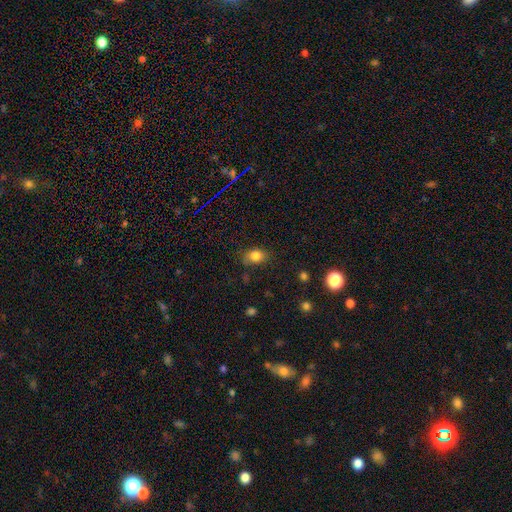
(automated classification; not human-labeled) A smooth galaxy with no disk features (82%) that is in between round and cigar-shaped (71%). Merging: none (73%).